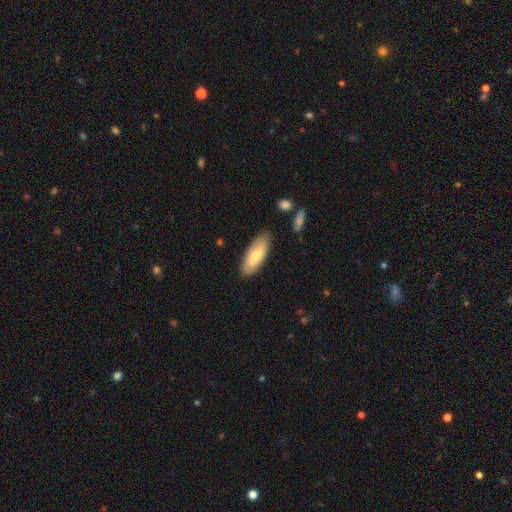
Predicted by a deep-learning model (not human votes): Smooth or featured? Predicted: smooth (p=0.72). How rounded? Predicted: in between (p=0.72). Merging? Predicted: none (p=0.85).